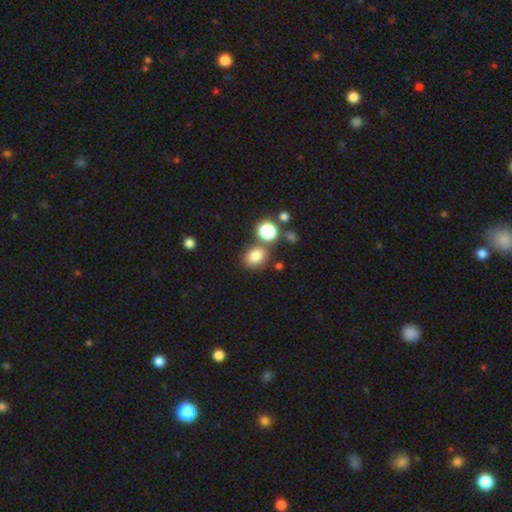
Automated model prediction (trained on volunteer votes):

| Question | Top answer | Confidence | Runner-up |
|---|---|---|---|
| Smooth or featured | smooth | 79% | star or artifact (13%) |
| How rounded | in between | 52% | round (47%) |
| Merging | none | 68% | merger (16%) |